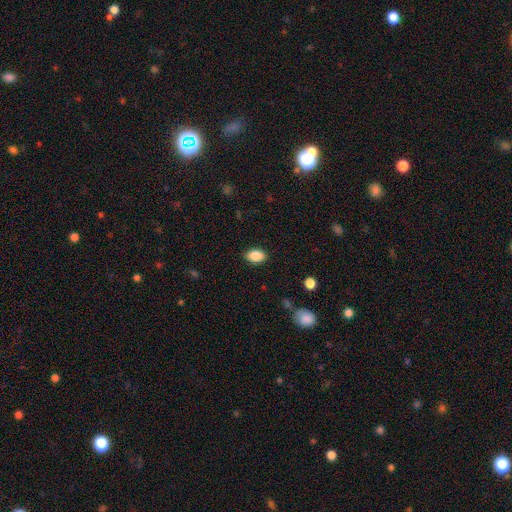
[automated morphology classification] smooth 88%, star or artifact 8%, featured or disk 5%. Down the decision tree: how rounded — in between (86%); merging — none (87%).